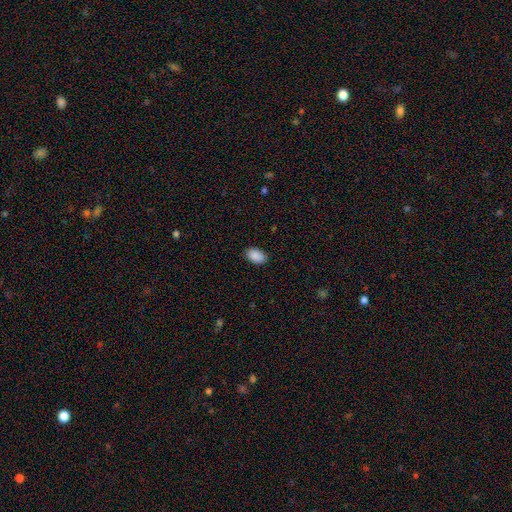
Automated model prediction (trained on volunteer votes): This is clearly a smooth galaxy (90%). How rounded: clearly in between (91%). Merging: clearly none (87%).